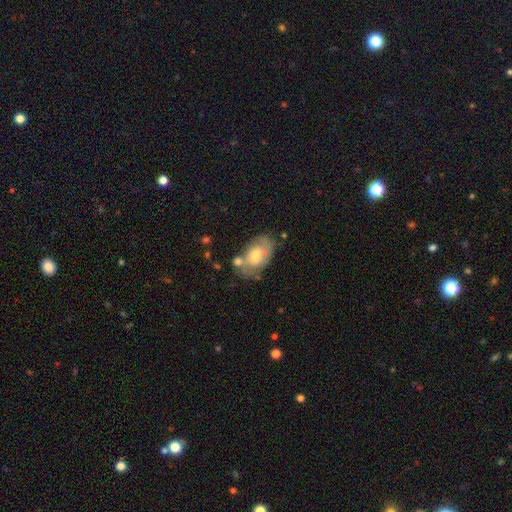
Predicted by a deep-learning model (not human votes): smooth 54%, featured or disk 40%, star or artifact 7%. Down the decision tree: how rounded — in between (88%); merging — none (47%).